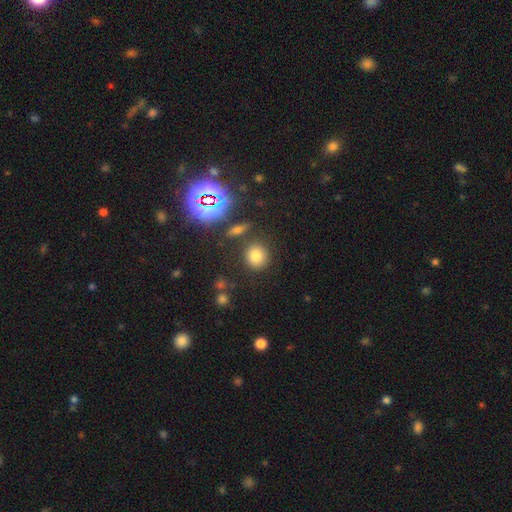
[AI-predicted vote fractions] Smooth or featured: smooth — 75% (star or artifact — 16%)
How rounded: round — 83% (in between — 15%)
Merging: none — 82% (minor disturbance — 9%)